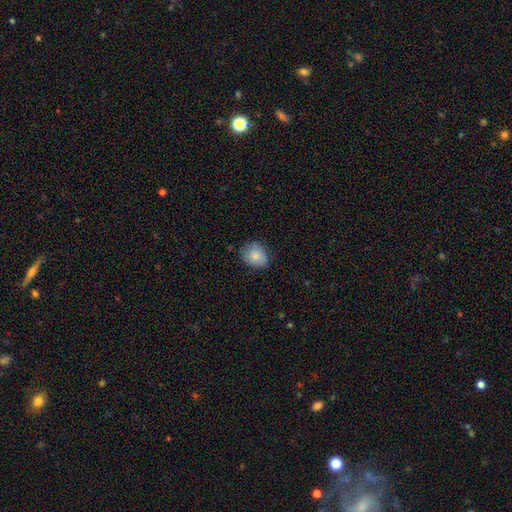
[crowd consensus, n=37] smooth-or-featured: smooth: 86% | featured or disk: 8% | star or artifact: 5%
  how-rounded: round: 62% | in between: 34% | cigar-shaped: 3%
  merging: none: 63% | minor disturbance: 26% | major disturbance: 11% | merger: 0%